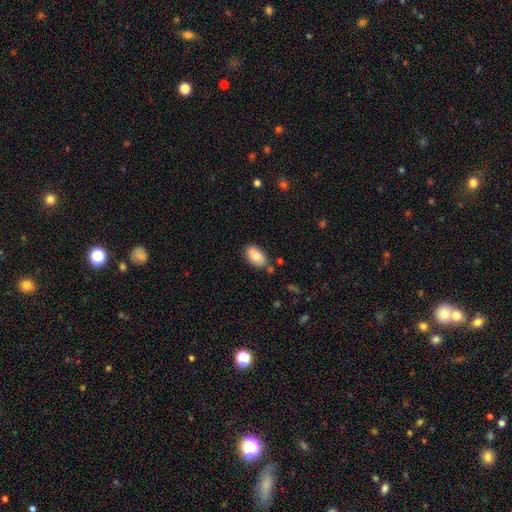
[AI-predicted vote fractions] A smooth galaxy with no disk features (78%) that is in between round and cigar-shaped (93%). Merging: none (70%).